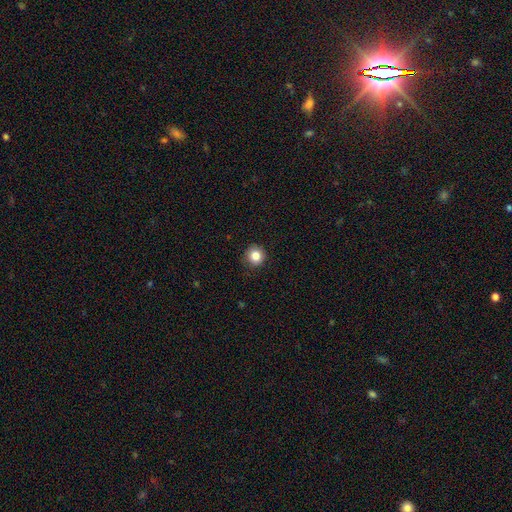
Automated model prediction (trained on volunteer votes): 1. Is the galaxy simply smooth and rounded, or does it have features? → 84% smooth, 11% star or artifact, 5% featured or disk.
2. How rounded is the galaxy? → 93% round, 6% in between, 1% cigar-shaped.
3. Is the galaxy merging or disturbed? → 90% none, 8% minor disturbance, 2% major disturbance, 1% merger.